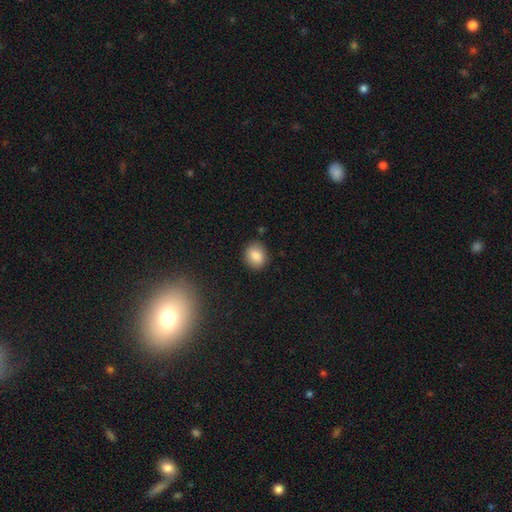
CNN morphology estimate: type=smooth (84%); roundness=round (66%); merging=none (87%).